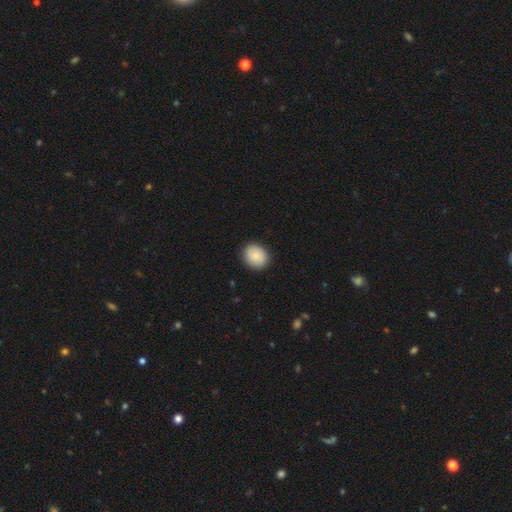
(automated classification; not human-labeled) Overall: smooth (82%). How rounded: round (61%; in between 38%). Merging: none (88%).